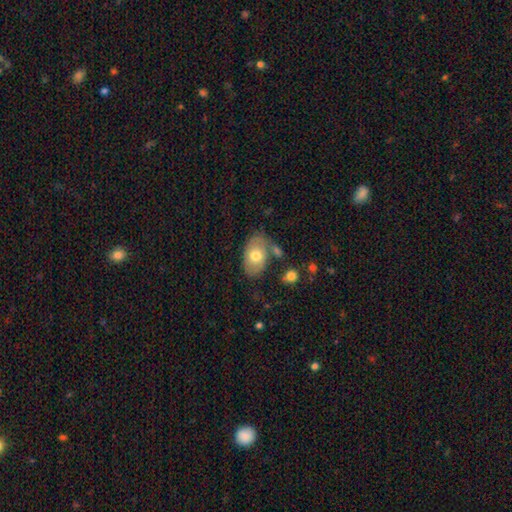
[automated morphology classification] A smooth galaxy with no disk features (67%) that is in between round and cigar-shaped (87%).

Vote fractions:
- Smooth or featured? smooth: 67% / featured or disk: 27% / star or artifact: 6%
- How rounded? in between: 87% / round: 11% / cigar-shaped: 1%
- Merging? none: 61% / minor disturbance: 20% / merger: 12% / major disturbance: 7%